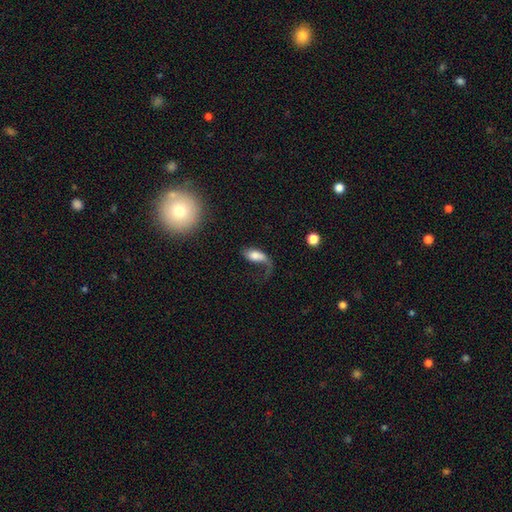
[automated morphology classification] smooth 49%, featured or disk 42%, star or artifact 9%. Down the decision tree: merging — major disturbance (51%).